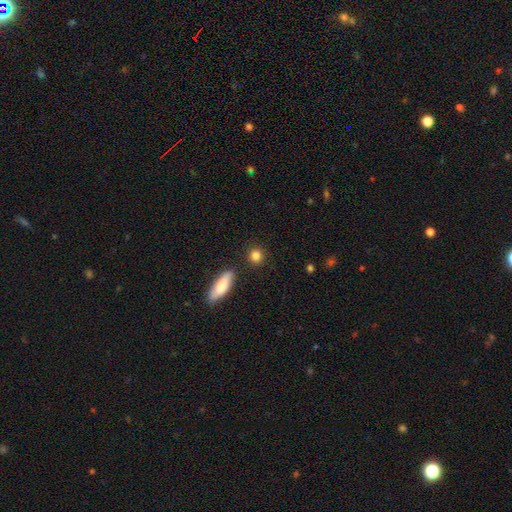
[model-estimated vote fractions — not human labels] Smooth or featured? Predicted: smooth (p=0.85). How rounded? Predicted: round (p=0.82). Merging? Predicted: none (p=0.86).